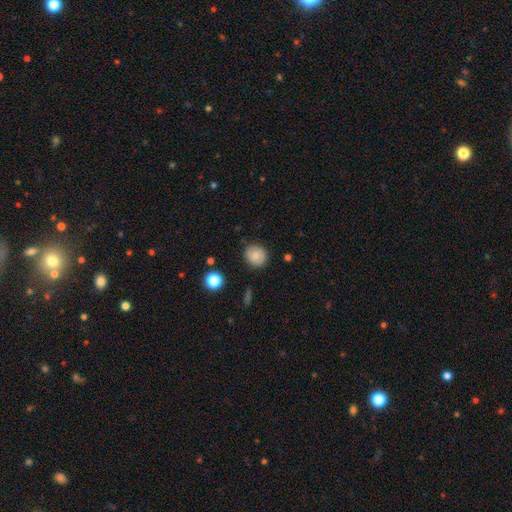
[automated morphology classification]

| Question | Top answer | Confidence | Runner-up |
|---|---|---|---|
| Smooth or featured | smooth | 77% | featured or disk (14%) |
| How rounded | round | 86% | in between (13%) |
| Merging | none | 84% | minor disturbance (12%) |